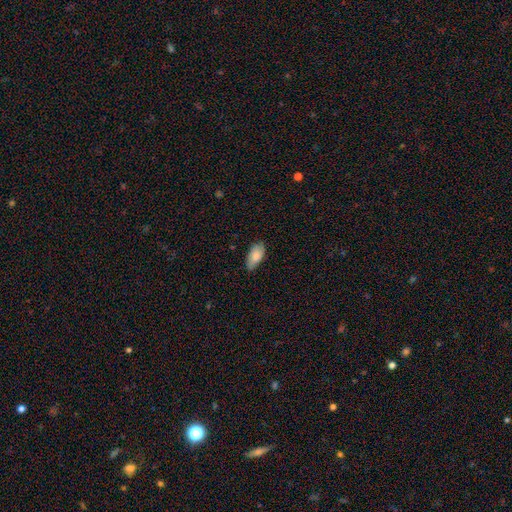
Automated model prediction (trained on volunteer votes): This is clearly a smooth galaxy (84%). How rounded: clearly in between (92%). Merging: likely none (80%).